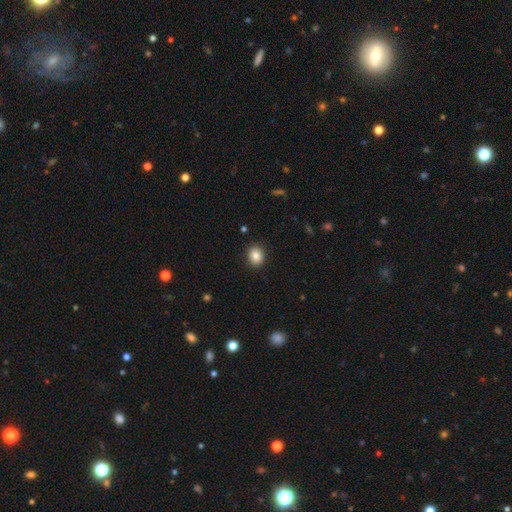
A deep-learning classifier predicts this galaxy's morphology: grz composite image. It shows a smooth galaxy with no disk features (85%) that is round (53%). Merging: none (90%).